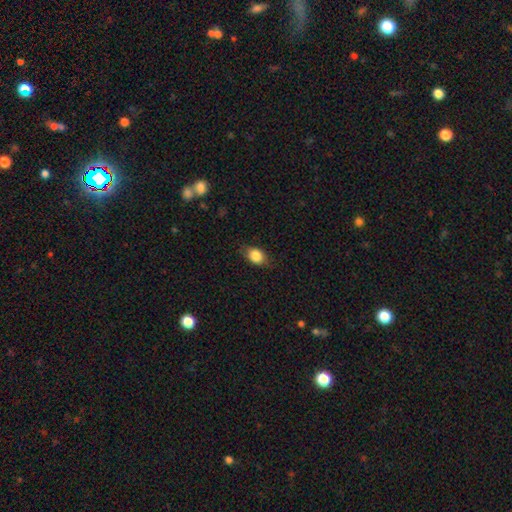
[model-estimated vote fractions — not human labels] Smooth or featured? Predicted: smooth (p=0.83). How rounded? Predicted: in between (p=0.70). Merging? Predicted: none (p=0.77).